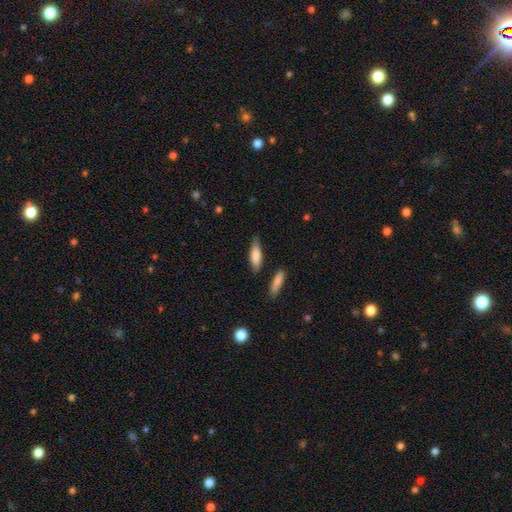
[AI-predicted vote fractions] Smooth or featured?
  - smooth: 77% *
  - featured or disk: 17%
  - star or artifact: 6%
How rounded?
  - cigar-shaped: 54% *
  - in between: 44%
  - round: 2%
Merging?
  - none: 74% *
  - minor disturbance: 18%
  - merger: 4%
  - major disturbance: 4%